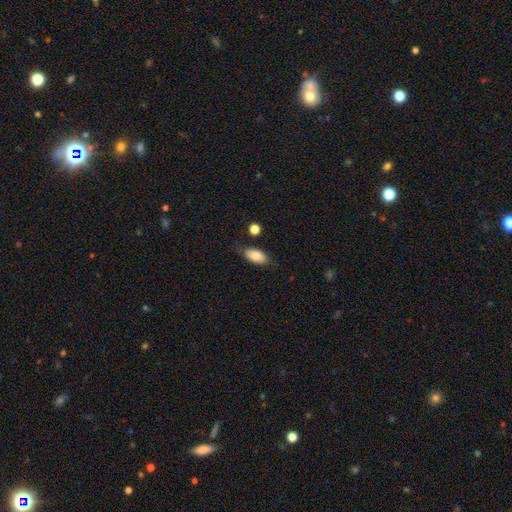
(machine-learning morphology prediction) Smooth or featured? smooth (83%)
How rounded? in between (90%)
Merging? none (73%)